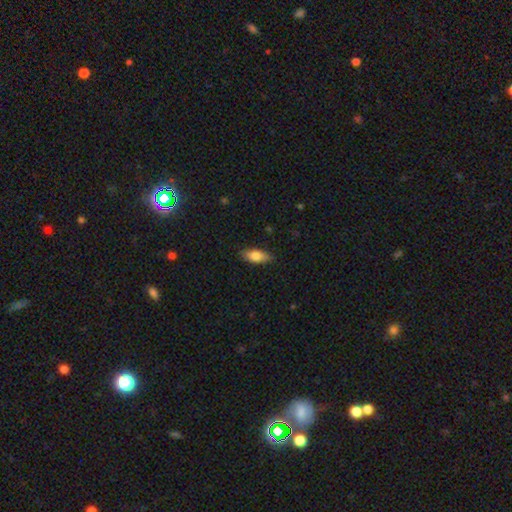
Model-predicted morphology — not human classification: Smooth or featured? smooth (80%)
How rounded? in between (81%)
Merging? none (85%)